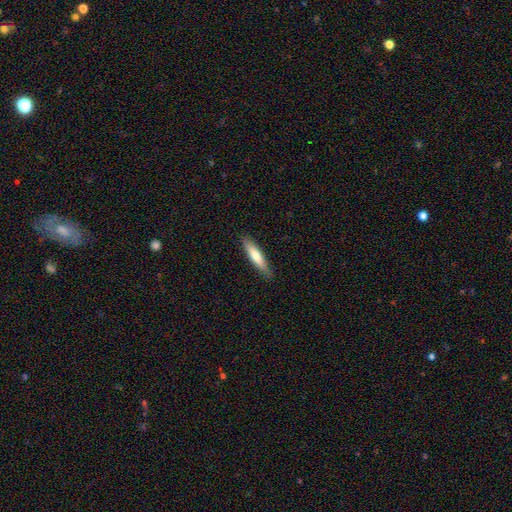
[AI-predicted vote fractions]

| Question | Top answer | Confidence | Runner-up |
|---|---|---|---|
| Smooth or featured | smooth | 68% | featured or disk (26%) |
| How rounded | cigar-shaped | 81% | in between (18%) |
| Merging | none | 88% | minor disturbance (9%) |